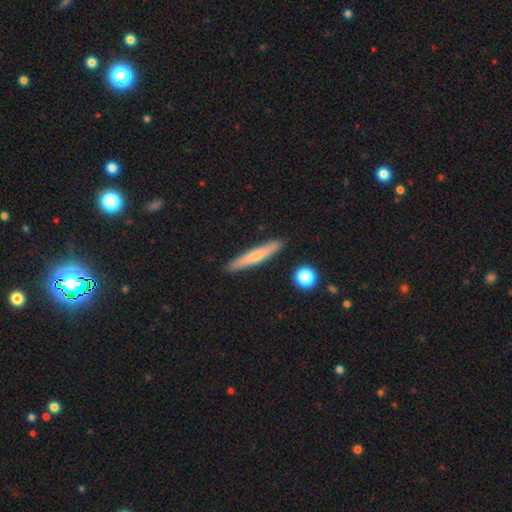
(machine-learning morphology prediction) Overall: smooth (60%; featured or disk 34%). How rounded: cigar-shaped (94%). Merging: none (89%).